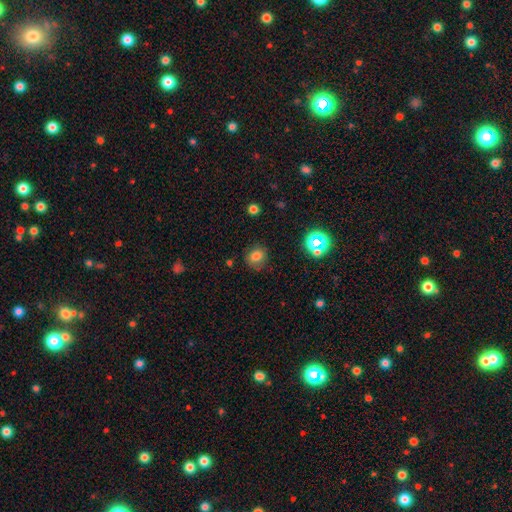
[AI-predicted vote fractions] Smooth or featured? smooth (75%)
How rounded? round (75%)
Merging? none (80%)